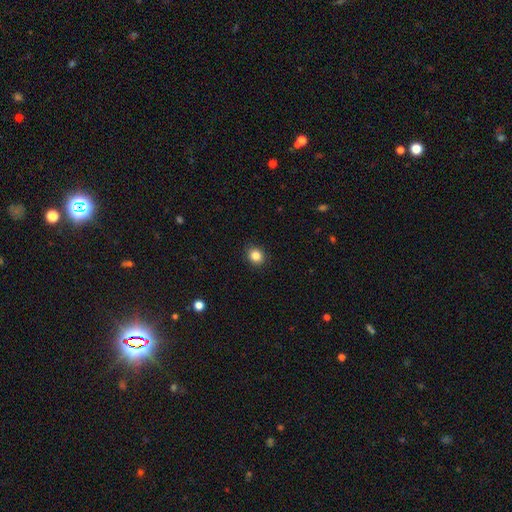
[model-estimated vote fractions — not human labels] Overall: smooth (85%). How rounded: round (73%). Merging: none (89%).